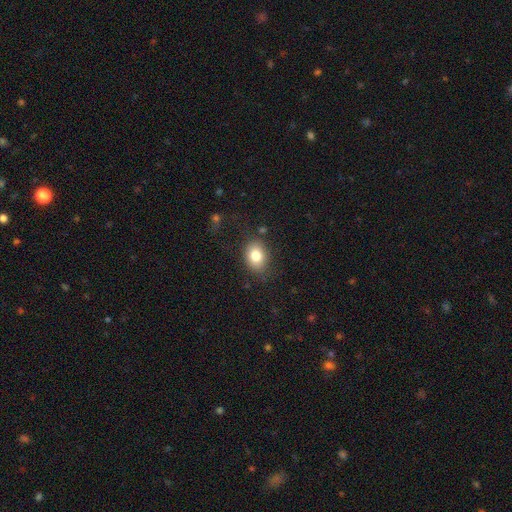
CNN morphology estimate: A smooth galaxy with no disk features (81%) that is in between round and cigar-shaped (66%).

Vote fractions:
- Smooth or featured? smooth: 81% / featured or disk: 10% / star or artifact: 9%
- How rounded? in between: 66% / round: 33% / cigar-shaped: 1%
- Merging? none: 79% / minor disturbance: 14% / major disturbance: 5% / merger: 2%